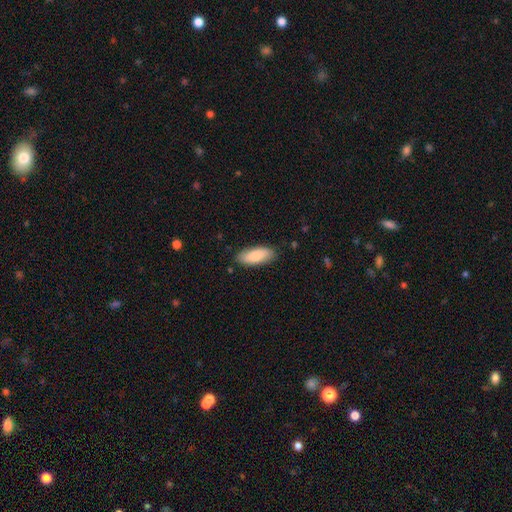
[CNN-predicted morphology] This appears to be a smooth galaxy with no disk features (83%) that is in between round and cigar-shaped (76%). Merging: none (85%).